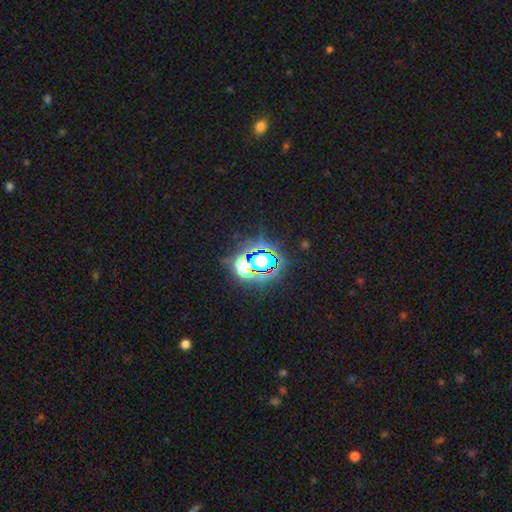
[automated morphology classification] A star or artifact, not a galaxy (78%).

Vote fractions:
- Smooth or featured? star or artifact: 78% / smooth: 13% / featured or disk: 9%